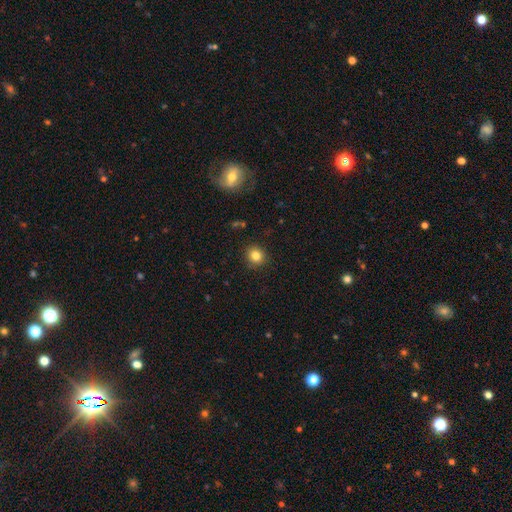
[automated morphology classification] smooth_or_featured: smooth (p=0.82) [alt: star or artifact p=0.11]
how_rounded: round (p=0.87) [alt: in between p=0.12]
merging: none (p=0.90) [alt: minor disturbance p=0.07]